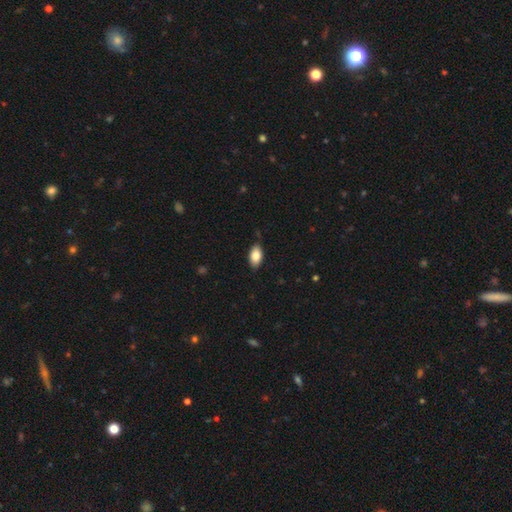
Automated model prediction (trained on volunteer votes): Smooth or featured: smooth — 84% (featured or disk — 9%)
How rounded: in between — 92% (round — 5%)
Merging: none — 84% (minor disturbance — 12%)